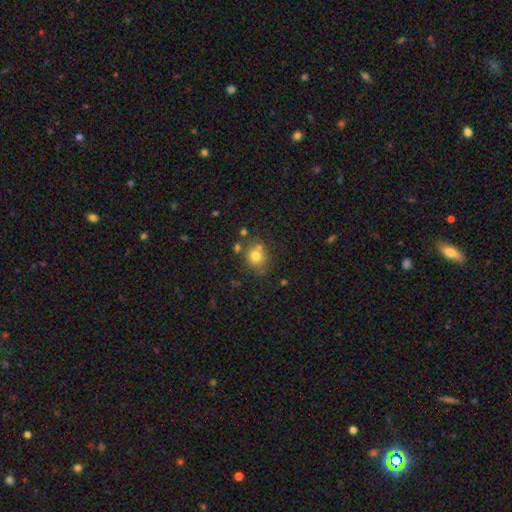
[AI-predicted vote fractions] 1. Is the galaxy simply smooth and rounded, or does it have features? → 74% smooth, 14% star or artifact, 12% featured or disk.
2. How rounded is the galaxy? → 84% round, 15% in between, 1% cigar-shaped.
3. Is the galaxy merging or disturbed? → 65% none, 18% merger, 12% minor disturbance, 4% major disturbance.